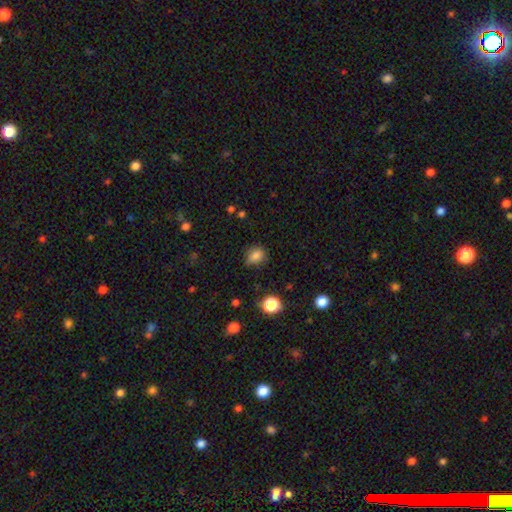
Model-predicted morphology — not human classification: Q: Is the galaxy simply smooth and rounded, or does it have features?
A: smooth — 81%.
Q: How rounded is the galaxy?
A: round — 55%.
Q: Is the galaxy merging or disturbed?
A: none — 73%.